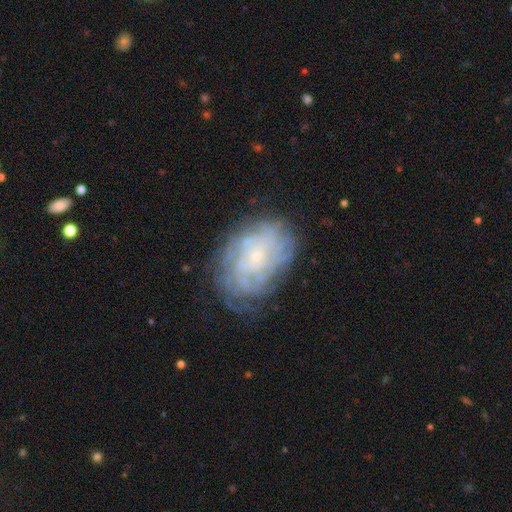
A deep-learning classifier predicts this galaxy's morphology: type=featured or disk (74%); edge-on=no (96%); bar=no (80%); spiral arms=yes (84%); winding=tight (71%); arm count=can't tell (53%); bulge=small (79%); merging=none (68%).